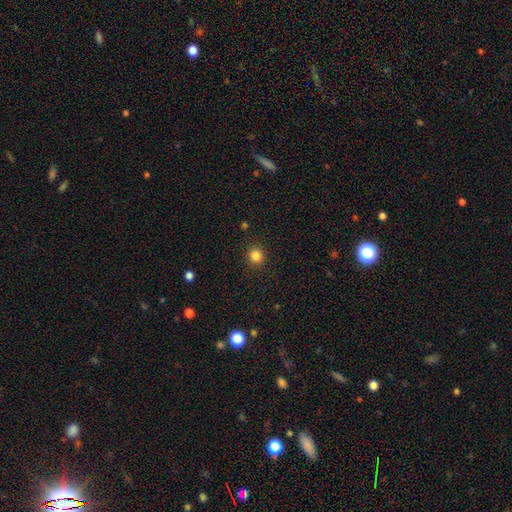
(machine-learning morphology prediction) type=smooth (84%); roundness=round (89%); merging=none (91%).